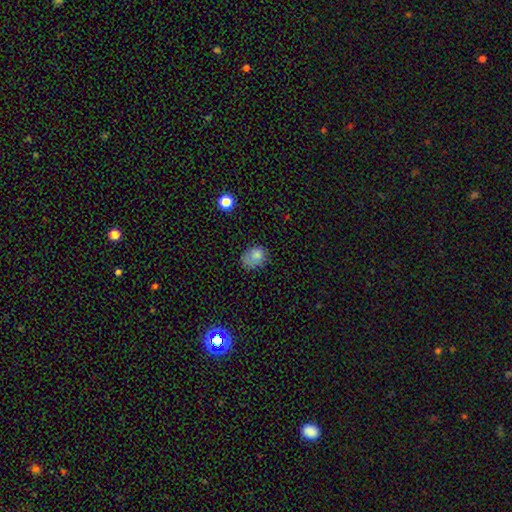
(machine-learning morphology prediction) The model was most divided on "how rounded": in between: 58%, round: 41%, cigar-shaped: 1%. More confident: smooth or featured — smooth (80%); merging — none (53%).